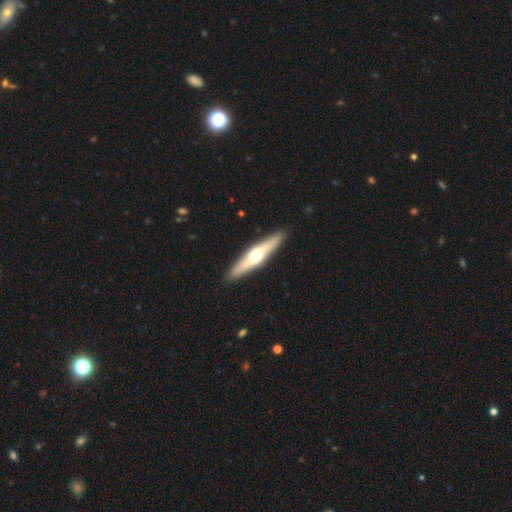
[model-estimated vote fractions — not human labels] This is possibly a featured or disk galaxy (59%). It is clearly viewed edge-on (91%). Edge-on bulge: clearly rounded (91%). Merging: clearly none (91%).